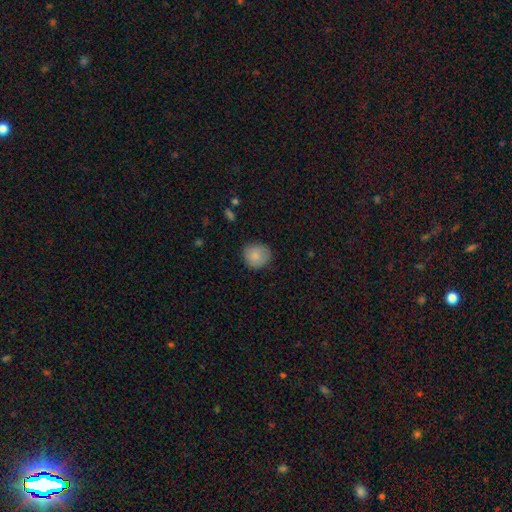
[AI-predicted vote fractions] Morphology: type=smooth (84%); roundness=round (89%); merging=none (82%).